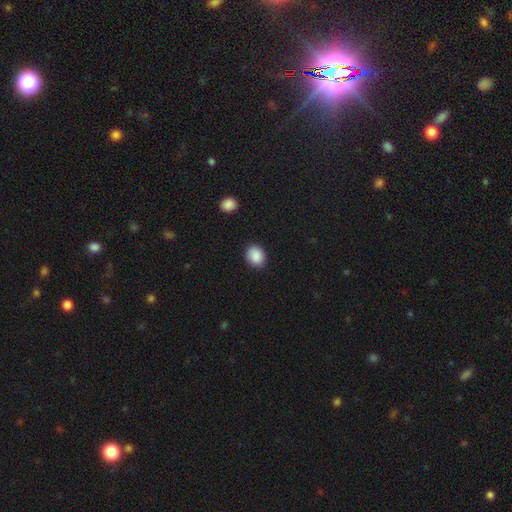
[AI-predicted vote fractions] smooth_or_featured: smooth (p=0.89) [alt: star or artifact p=0.08]
how_rounded: round (p=0.52) [alt: in between p=0.47]
merging: none (p=0.88) [alt: minor disturbance p=0.09]